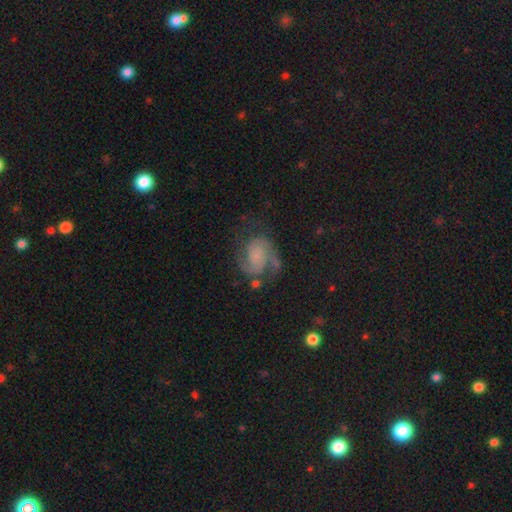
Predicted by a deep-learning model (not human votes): smooth_or_featured: featured or disk (p=0.81) [alt: smooth p=0.11]
disk_edge_on: no (p=0.98) [alt: yes p=0.02]
bar: no (p=0.65) [alt: weak p=0.29]
has_spiral_arms: yes (p=0.96) [alt: no p=0.04]
spiral_winding: medium (p=0.51) [alt: tight p=0.31]
spiral_arm_count: 2 (p=0.85) [alt: can't tell p=0.05]
bulge_size: small (p=0.41) [alt: none p=0.36]
merging: none (p=0.63) [alt: minor disturbance p=0.19]